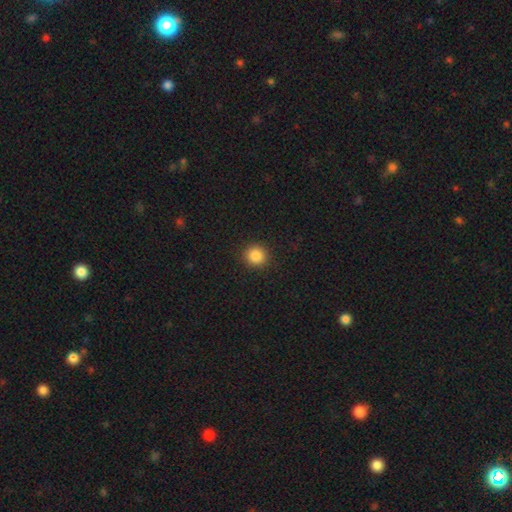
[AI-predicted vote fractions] A smooth galaxy with no disk features (86%) that is round (90%).

Vote fractions:
- Smooth or featured? smooth: 86% / star or artifact: 10% / featured or disk: 4%
- How rounded? round: 90% / in between: 9% / cigar-shaped: 1%
- Merging? none: 91% / minor disturbance: 6% / major disturbance: 2% / merger: 1%